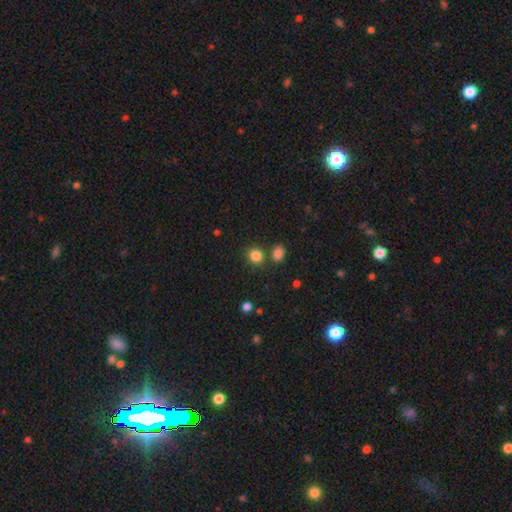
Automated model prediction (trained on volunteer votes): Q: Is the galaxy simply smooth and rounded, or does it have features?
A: smooth — 84%.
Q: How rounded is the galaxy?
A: round — 79%.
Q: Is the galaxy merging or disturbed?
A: none — 75%.